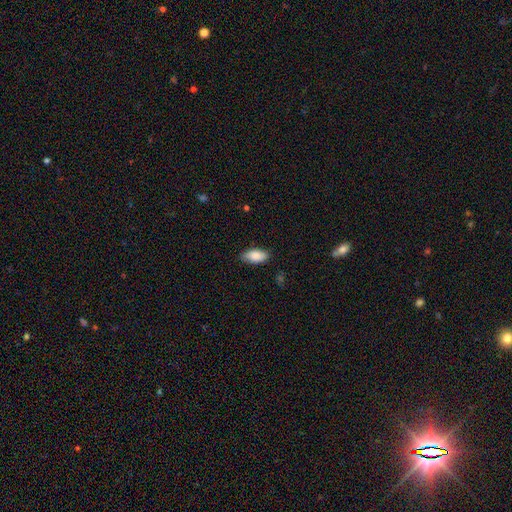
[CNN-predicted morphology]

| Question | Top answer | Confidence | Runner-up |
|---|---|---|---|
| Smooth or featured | smooth | 87% | featured or disk (7%) |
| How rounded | in between | 91% | cigar-shaped (7%) |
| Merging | none | 84% | minor disturbance (13%) |